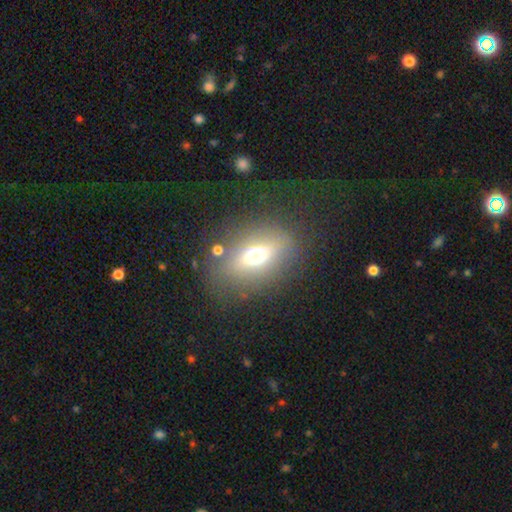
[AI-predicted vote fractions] Smooth or featured: smooth — 52% (featured or disk — 32%)
How rounded: in between — 68% (round — 23%)
Merging: none — 78% (minor disturbance — 12%)